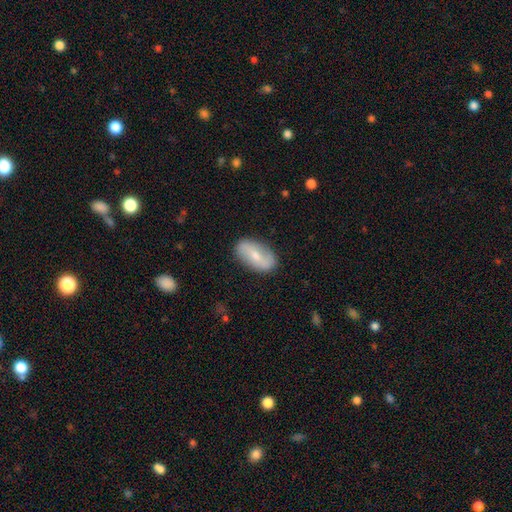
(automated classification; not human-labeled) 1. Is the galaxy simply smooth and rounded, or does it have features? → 47% smooth (tied), 47% featured or disk (tied), 6% star or artifact.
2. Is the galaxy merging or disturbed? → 85% none, 11% minor disturbance, 3% major disturbance, 1% merger.